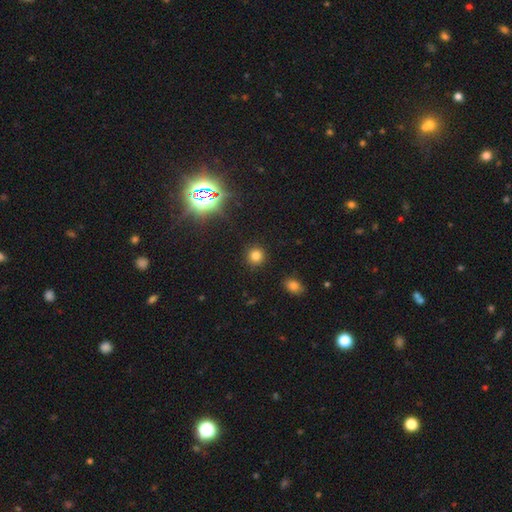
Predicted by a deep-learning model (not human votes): A smooth galaxy with no disk features (78%) that is round (92%).

Vote fractions:
- Smooth or featured? smooth: 78% / star or artifact: 16% / featured or disk: 5%
- How rounded? round: 92% / in between: 7% / cigar-shaped: 1%
- Merging? none: 91% / minor disturbance: 5% / major disturbance: 2% / merger: 1%